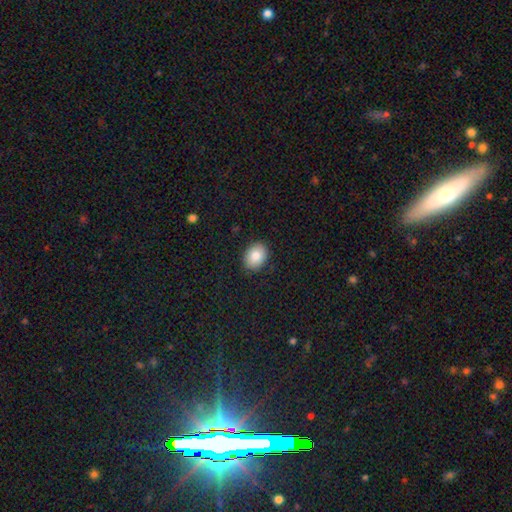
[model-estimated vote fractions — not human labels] Morphology: type=smooth (85%); roundness=in between (62%); merging=none (88%).